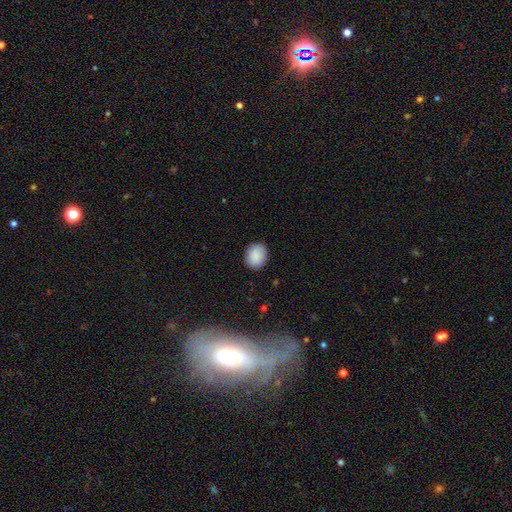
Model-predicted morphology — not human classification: A smooth galaxy with no disk features (90%) that is round (58%).

Vote fractions:
- Smooth or featured? smooth: 90% / star or artifact: 7% / featured or disk: 3%
- How rounded? round: 58% / in between: 41% / cigar-shaped: 1%
- Merging? none: 88% / minor disturbance: 8% / major disturbance: 2% / merger: 1%